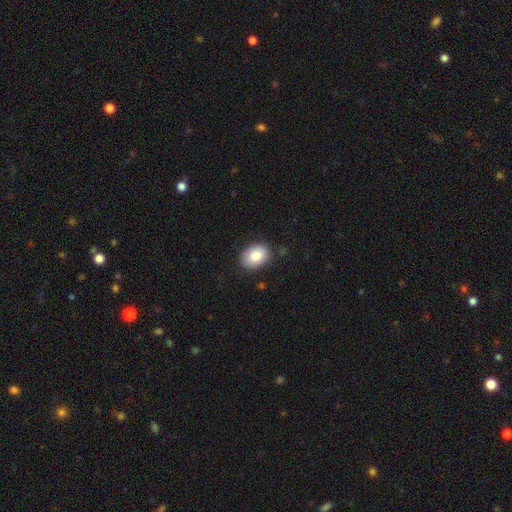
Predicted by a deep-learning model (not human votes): smooth_or_featured: smooth (p=0.85) [alt: featured or disk p=0.08]
how_rounded: in between (p=0.77) [alt: round p=0.22]
merging: none (p=0.83) [alt: minor disturbance p=0.13]